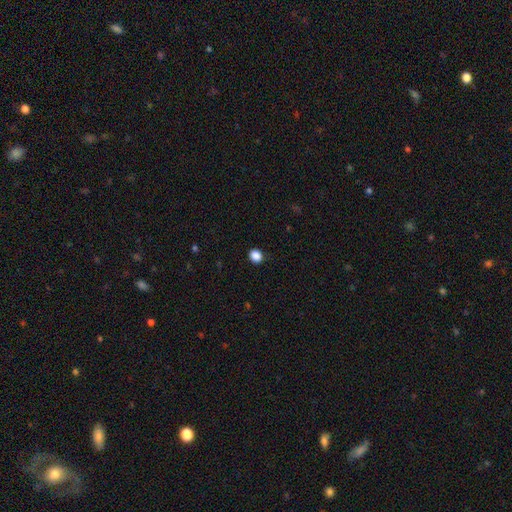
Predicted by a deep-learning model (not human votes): Smooth or featured: smooth — 87% (star or artifact — 10%)
How rounded: round — 67% (in between — 32%)
Merging: none — 89% (minor disturbance — 8%)